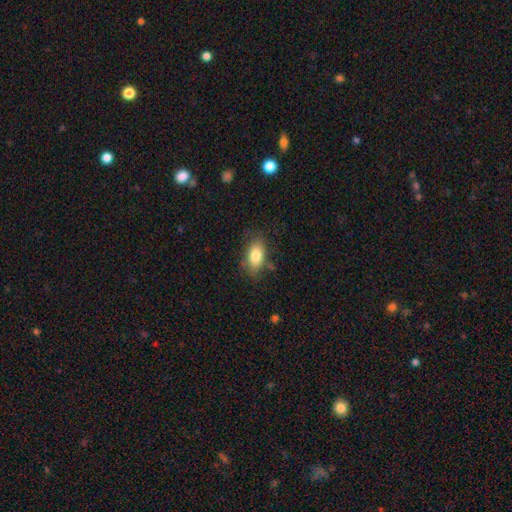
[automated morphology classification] This appears to be a smooth galaxy with no disk features (81%) that is in between round and cigar-shaped (90%). Merging: none (74%).